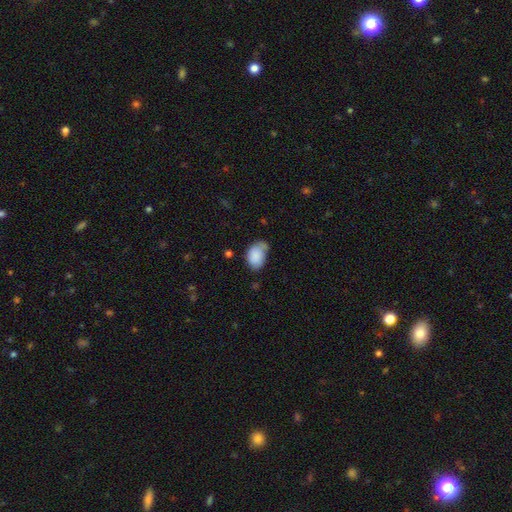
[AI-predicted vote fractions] This is clearly a smooth galaxy (85%). How rounded: clearly in between (85%). Merging: possibly none (45%).